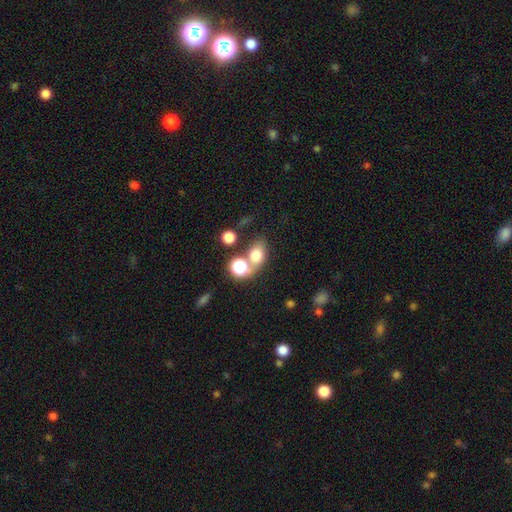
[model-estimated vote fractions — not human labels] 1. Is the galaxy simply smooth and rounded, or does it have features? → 74% smooth, 14% star or artifact, 12% featured or disk.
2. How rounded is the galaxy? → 63% in between, 35% round, 2% cigar-shaped.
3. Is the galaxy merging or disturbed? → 48% none, 33% merger, 13% minor disturbance, 6% major disturbance.